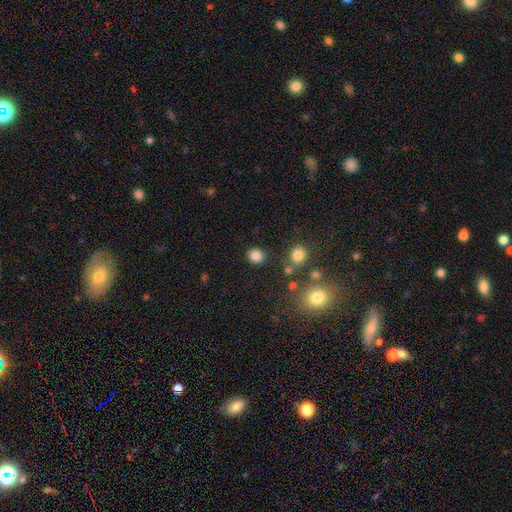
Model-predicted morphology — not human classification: This appears to be a smooth galaxy with no disk features (83%) that is round (84%). Merging: none (84%).